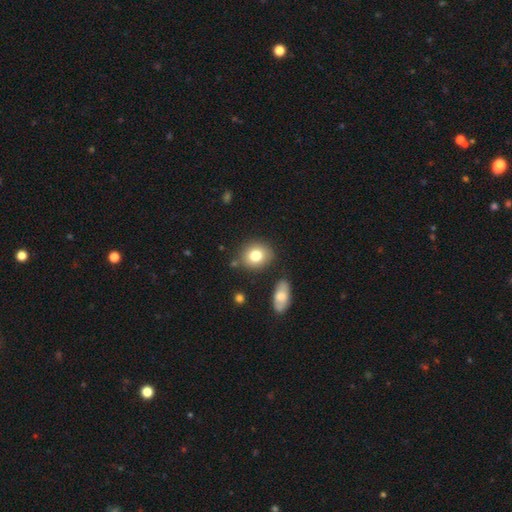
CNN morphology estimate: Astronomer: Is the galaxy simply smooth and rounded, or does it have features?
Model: smooth — 79%.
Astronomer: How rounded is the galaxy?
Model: round — 65%.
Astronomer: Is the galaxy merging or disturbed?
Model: none — 79%.